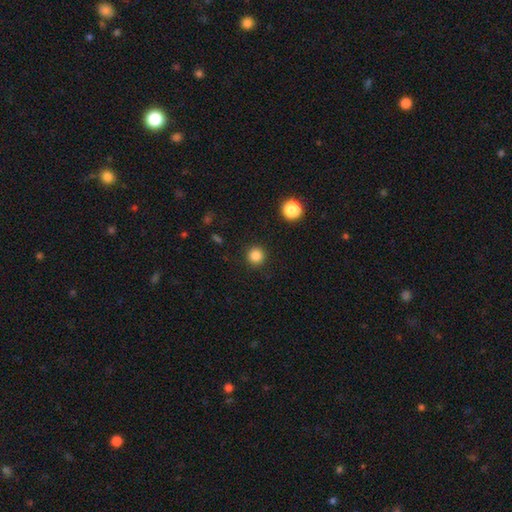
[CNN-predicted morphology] Q: Smooth or featured?
A: smooth (84%); runner-up: star or artifact (12%)
Q: How rounded?
A: round (95%); runner-up: in between (4%)
Q: Merging?
A: none (91%); runner-up: minor disturbance (5%)